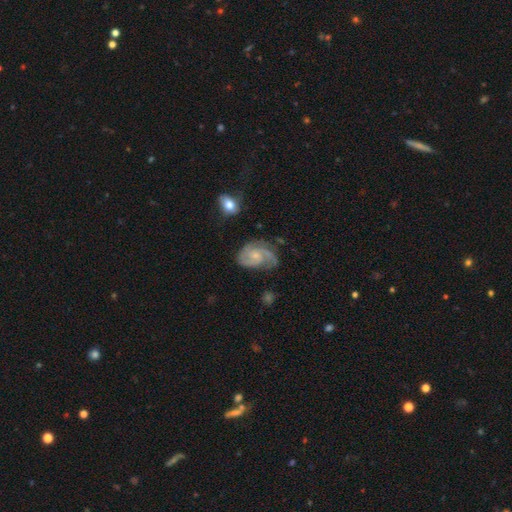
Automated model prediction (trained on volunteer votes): A featured or disk galaxy (84%) with no bar (61%), 2 (61%) medium (47%) spiral arms (96%) and a small central bulge (62%). Merging: none (58%).